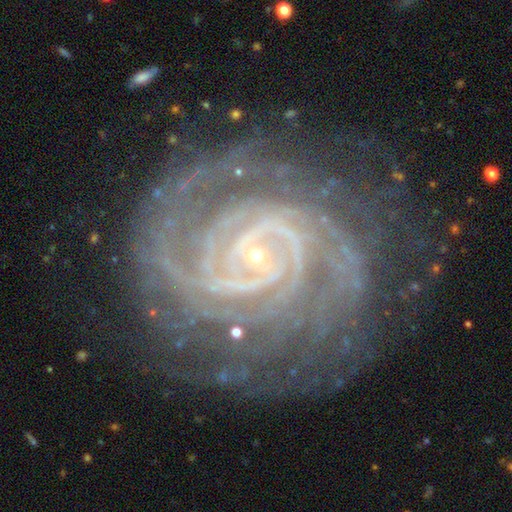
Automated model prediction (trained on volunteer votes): Smooth or featured? Predicted: featured or disk (p=0.91). Edge-on disk? Predicted: no (p=0.98). Bar? Predicted: no (p=0.46). Spiral arms? Predicted: yes (p=0.99). Spiral winding? Predicted: tight (p=0.81). Spiral arm count? Predicted: 2 (p=0.48). Bulge size? Predicted: small (p=0.87). Merging? Predicted: none (p=0.77).